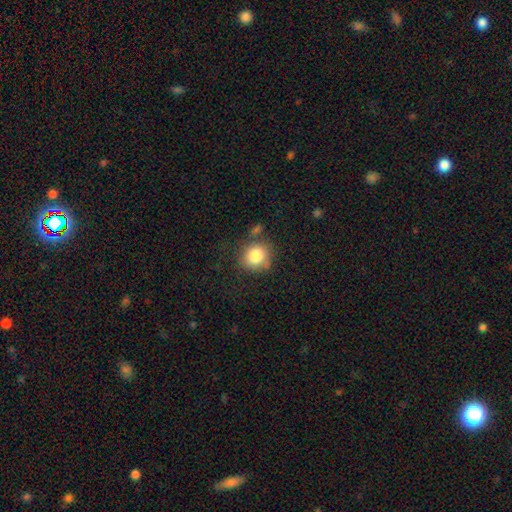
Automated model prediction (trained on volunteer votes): Overall: smooth (83%). How rounded: round (81%). Merging: none (69%).